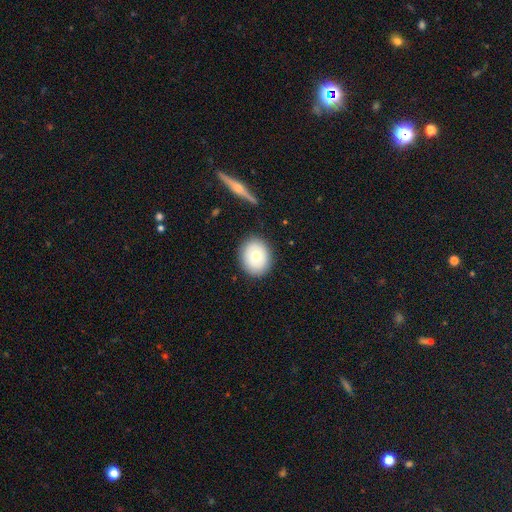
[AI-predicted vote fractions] Smooth or featured? Predicted: smooth (p=0.63). How rounded? Predicted: round (p=0.60). Merging? Predicted: none (p=0.86).